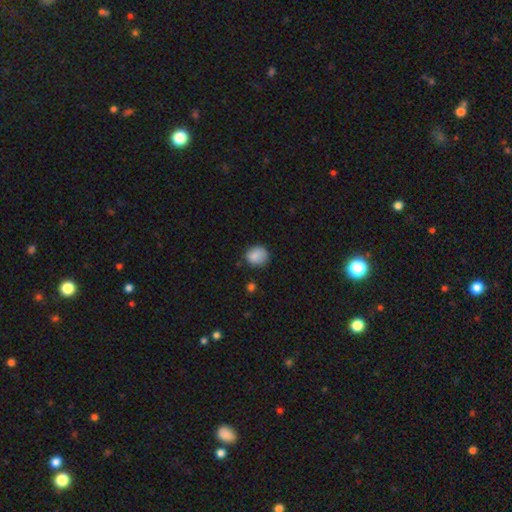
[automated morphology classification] Overall: smooth (86%). How rounded: round (71%). Merging: none (74%).